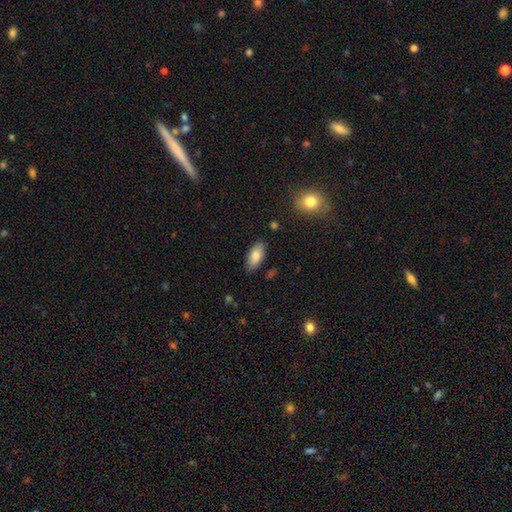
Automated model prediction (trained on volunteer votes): smooth 82%, featured or disk 11%, star or artifact 7%. Down the decision tree: how rounded — in between (87%); merging — none (84%).